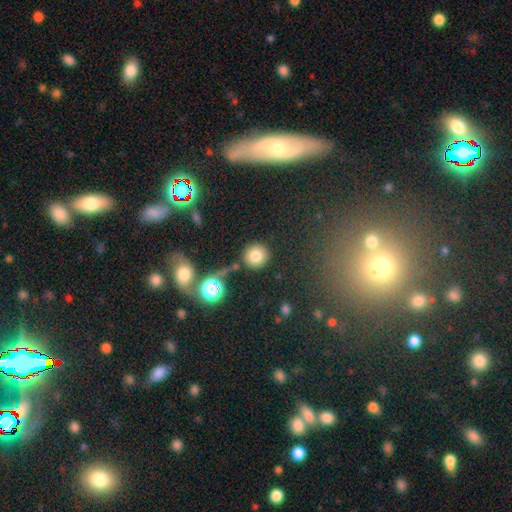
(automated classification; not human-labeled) smooth_or_featured: smooth (p=0.80) [alt: star or artifact p=0.12]
how_rounded: round (p=0.93) [alt: in between p=0.06]
merging: none (p=0.81) [alt: minor disturbance p=0.09]